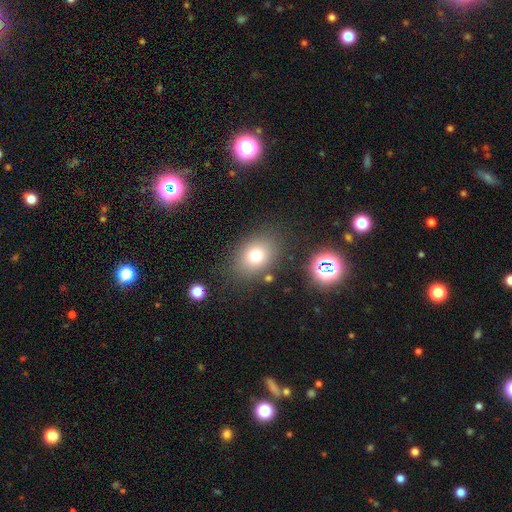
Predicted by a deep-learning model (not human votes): Morphology: type=smooth (75%); roundness=in between (57%); merging=none (80%).